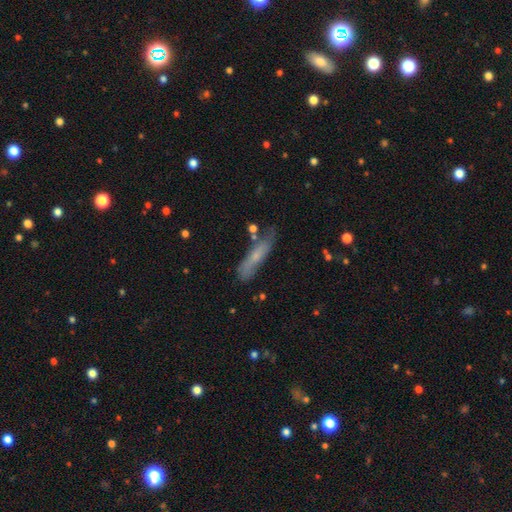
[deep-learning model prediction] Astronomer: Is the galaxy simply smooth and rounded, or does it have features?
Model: smooth — 54% (runner-up: featured or disk, 37%).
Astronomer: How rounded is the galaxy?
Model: cigar-shaped — 81%.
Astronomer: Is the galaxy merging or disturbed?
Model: none — 65%.